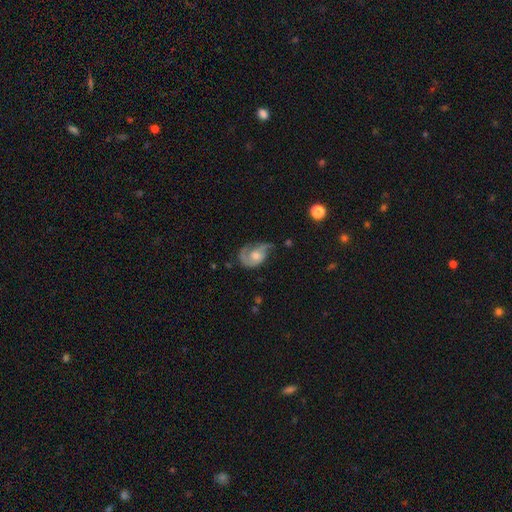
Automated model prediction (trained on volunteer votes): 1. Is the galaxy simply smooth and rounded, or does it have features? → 77% featured or disk, 17% smooth, 6% star or artifact.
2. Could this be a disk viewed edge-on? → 97% no, 3% yes.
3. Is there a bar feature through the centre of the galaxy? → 66% no, 29% weak, 5% strong.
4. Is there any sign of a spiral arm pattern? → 92% yes, 8% no.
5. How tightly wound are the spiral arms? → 45% medium, 30% loose, 26% tight.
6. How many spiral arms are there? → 66% 2, 21% 1, 8% can't tell, 3% 3, 1% 4, 1% more than 4.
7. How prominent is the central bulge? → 58% moderate, 30% small, 7% large, 4% none, 1% dominant.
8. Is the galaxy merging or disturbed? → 41% none, 29% minor disturbance, 27% major disturbance, 4% merger.